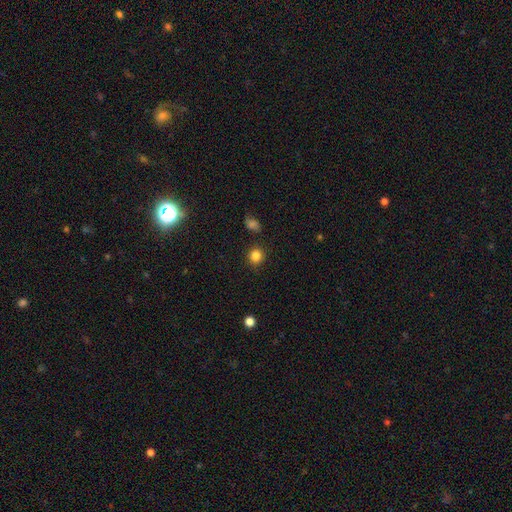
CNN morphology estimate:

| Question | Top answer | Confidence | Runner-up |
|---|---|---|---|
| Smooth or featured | smooth | 84% | star or artifact (12%) |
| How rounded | round | 89% | in between (10%) |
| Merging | none | 87% | minor disturbance (8%) |